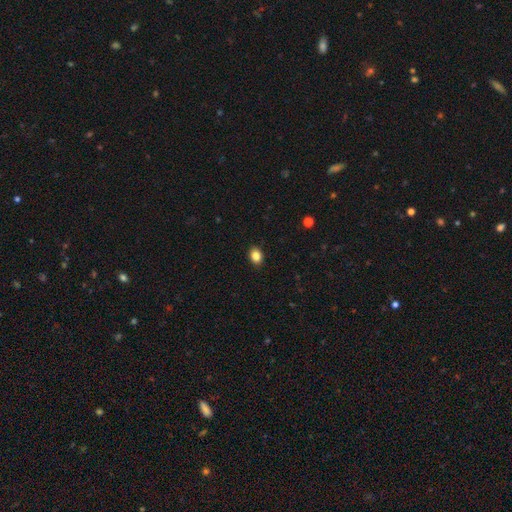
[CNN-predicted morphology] This appears to be a smooth galaxy with no disk features (86%) that is in between round and cigar-shaped (66%). Merging: none (90%).